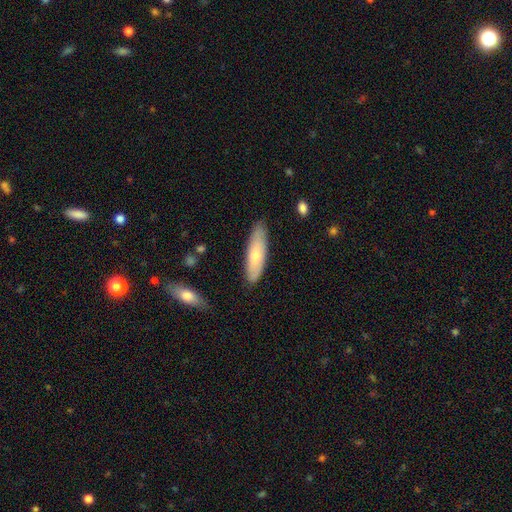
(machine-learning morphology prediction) Smooth or featured?
  - smooth: 68% *
  - featured or disk: 26%
  - star or artifact: 5%
How rounded?
  - cigar-shaped: 57% *
  - in between: 41%
  - round: 2%
Merging?
  - none: 82% *
  - minor disturbance: 14%
  - major disturbance: 2%
  - merger: 1%